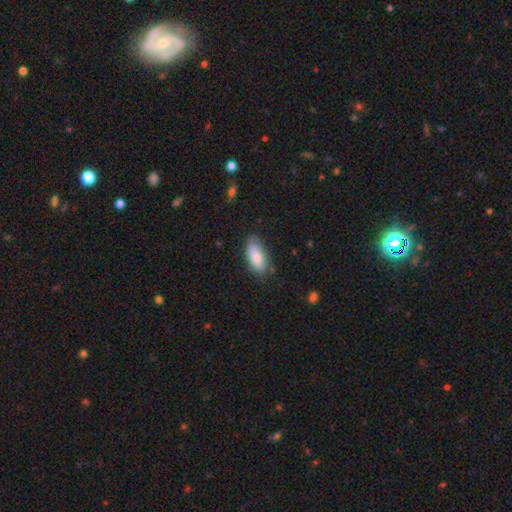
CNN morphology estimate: This appears to be a smooth galaxy with no disk features (79%) that is in between round and cigar-shaped (88%). Merging: none (73%).